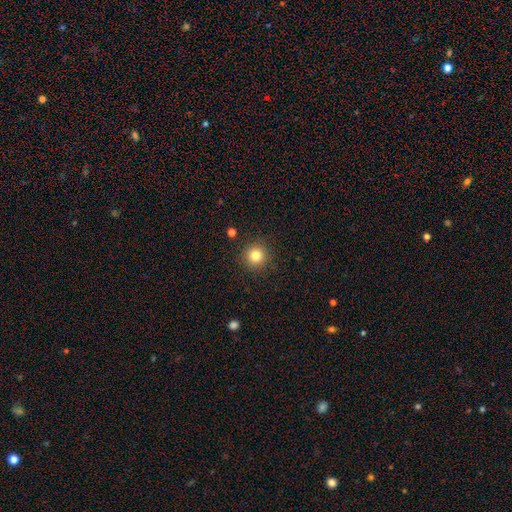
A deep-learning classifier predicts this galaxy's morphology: smooth 82%, star or artifact 12%, featured or disk 7%. Down the decision tree: how rounded — round (95%); merging — none (90%).